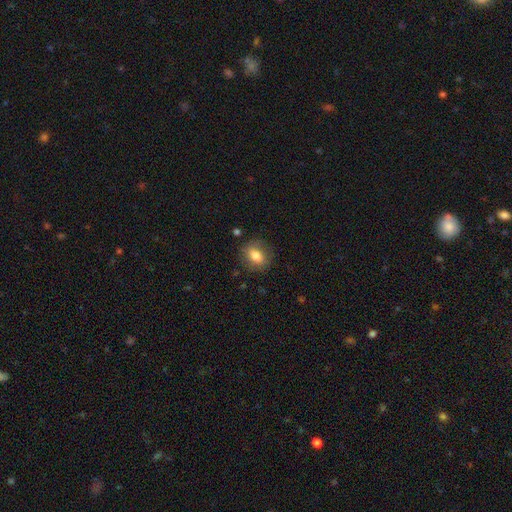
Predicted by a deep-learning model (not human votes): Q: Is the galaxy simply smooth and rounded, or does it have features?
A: smooth — 77%.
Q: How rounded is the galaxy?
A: in between — 53%.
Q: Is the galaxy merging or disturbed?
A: none — 83%.